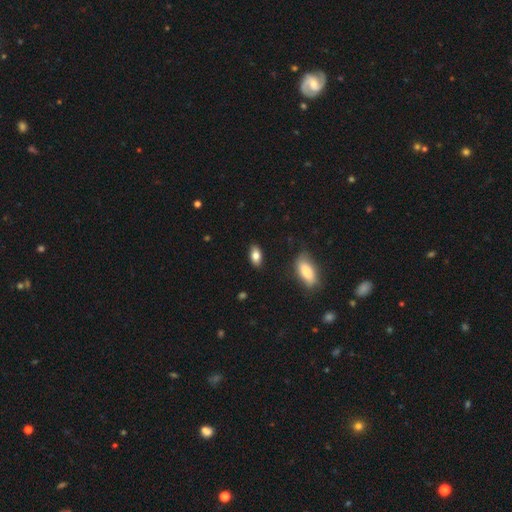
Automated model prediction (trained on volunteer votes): Q: Smooth or featured?
A: smooth (81%); runner-up: featured or disk (12%)
Q: How rounded?
A: in between (90%); runner-up: cigar-shaped (5%)
Q: Merging?
A: none (87%); runner-up: minor disturbance (10%)